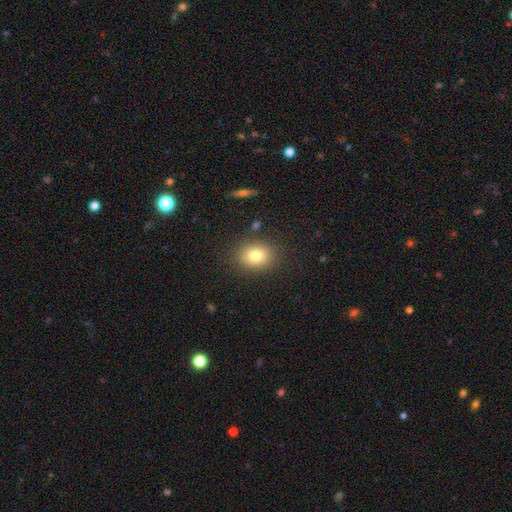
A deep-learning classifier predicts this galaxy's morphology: Smooth or featured: smooth — 78% (star or artifact — 11%)
How rounded: round — 50% (in between — 49%)
Merging: none — 85% (minor disturbance — 9%)